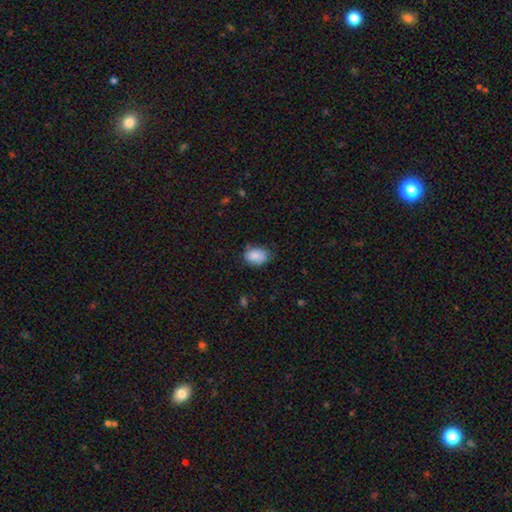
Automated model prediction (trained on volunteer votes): Overall: smooth (83%). How rounded: in between (77%). Merging: none (64%; minor disturbance 28%).